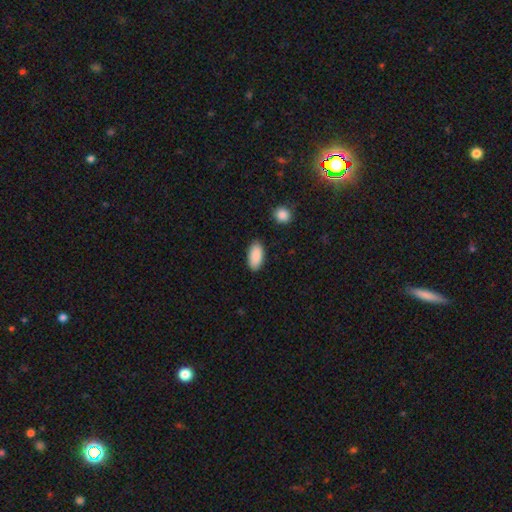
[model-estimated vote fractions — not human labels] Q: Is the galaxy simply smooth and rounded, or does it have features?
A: smooth — 90%.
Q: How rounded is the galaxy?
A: in between — 93%.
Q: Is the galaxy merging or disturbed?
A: none — 87%.